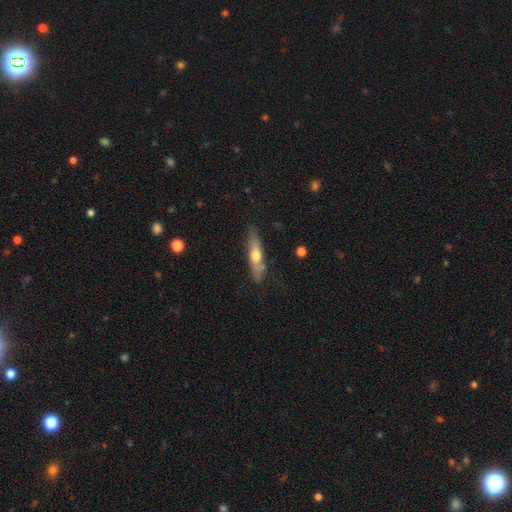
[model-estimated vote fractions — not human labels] Smooth or featured? Predicted: smooth (p=0.54). How rounded? Predicted: cigar-shaped (p=0.73). Merging? Predicted: none (p=0.76).